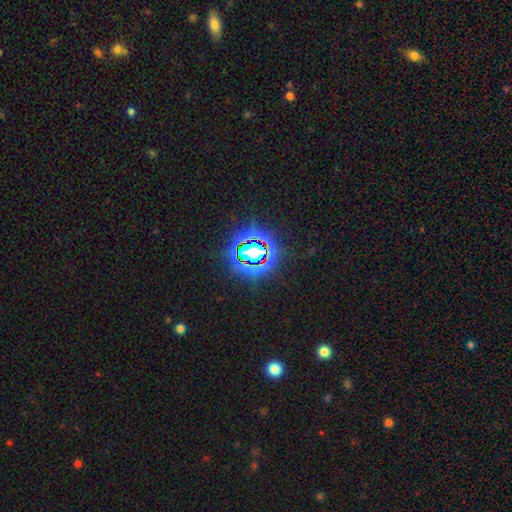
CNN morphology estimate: smooth-or-featured: star or artifact: 74% | smooth: 15% | featured or disk: 11%